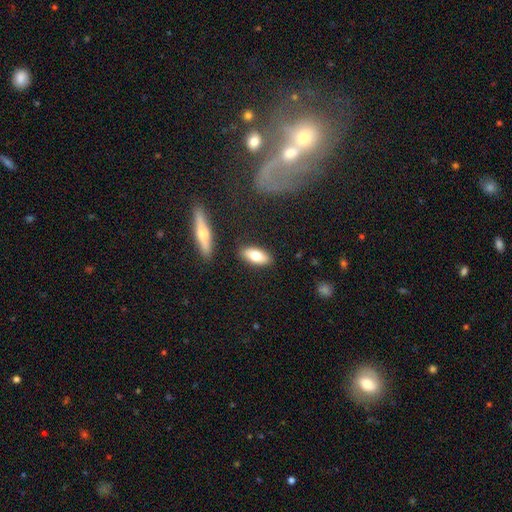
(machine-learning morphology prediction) A smooth galaxy with no disk features (75%) that is in between round and cigar-shaped (82%).

Vote fractions:
- Smooth or featured? smooth: 75% / featured or disk: 19% / star or artifact: 6%
- How rounded? in between: 82% / cigar-shaped: 16% / round: 3%
- Merging? none: 86% / minor disturbance: 9% / merger: 3% / major disturbance: 2%